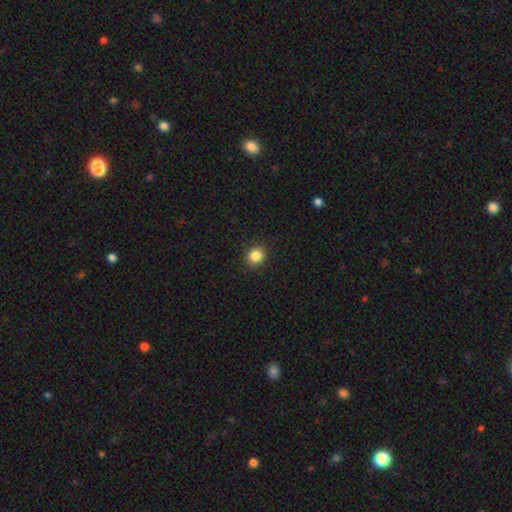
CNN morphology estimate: Smooth or featured? Predicted: smooth (p=0.85). How rounded? Predicted: round (p=0.83). Merging? Predicted: none (p=0.91).